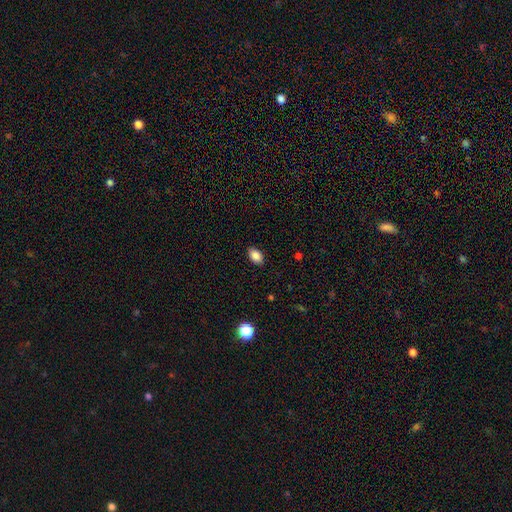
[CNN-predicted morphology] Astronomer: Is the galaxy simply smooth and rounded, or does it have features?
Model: smooth — 86%.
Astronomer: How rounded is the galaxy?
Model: in between — 88%.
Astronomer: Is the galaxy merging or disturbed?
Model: none — 88%.